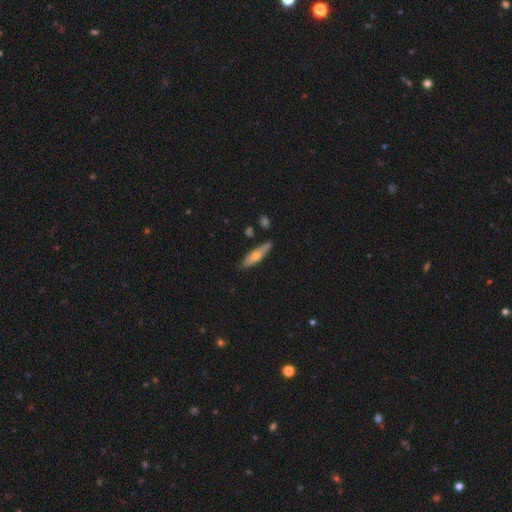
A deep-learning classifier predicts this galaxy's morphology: Smooth or featured: smooth — 52% (featured or disk — 42%)
How rounded: cigar-shaped — 66% (in between — 32%)
Merging: none — 81% (minor disturbance — 13%)